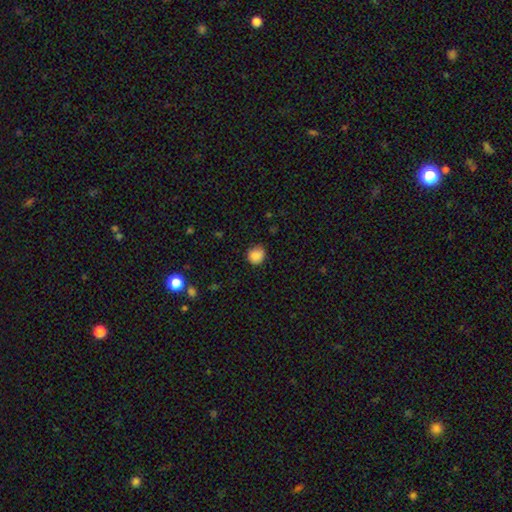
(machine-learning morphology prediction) The model was most divided on "how rounded": round: 78%, in between: 21%, cigar-shaped: 1%. More confident: smooth or featured — smooth (87%); merging — none (78%).